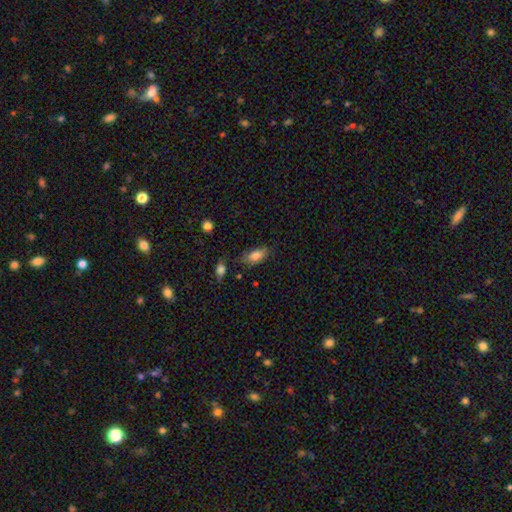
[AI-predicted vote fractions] smooth_or_featured: smooth (p=0.83) [alt: featured or disk p=0.09]
how_rounded: in between (p=0.89) [alt: cigar-shaped p=0.07]
merging: none (p=0.67) [alt: minor disturbance p=0.22]